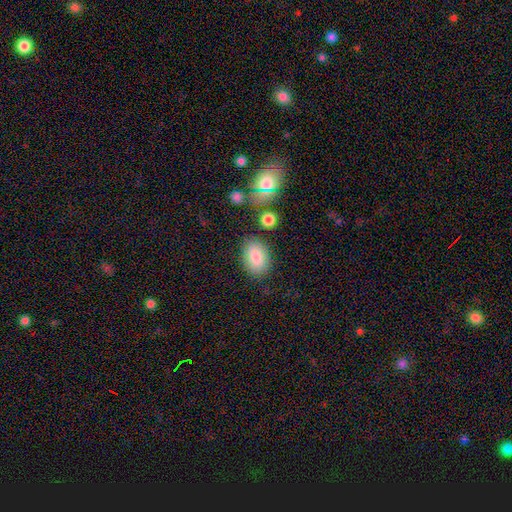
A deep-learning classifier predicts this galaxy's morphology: This is clearly a smooth galaxy (84%). How rounded: clearly in between (87%). Merging: likely none (79%).